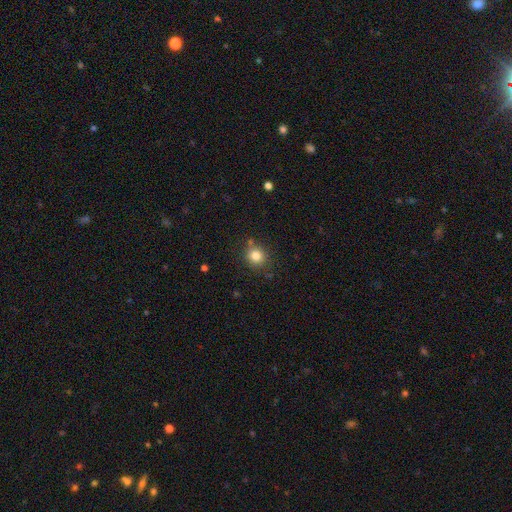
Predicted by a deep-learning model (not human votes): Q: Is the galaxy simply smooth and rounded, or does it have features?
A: smooth — 82%.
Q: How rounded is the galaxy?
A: round — 88%.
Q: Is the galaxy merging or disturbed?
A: none — 80%.